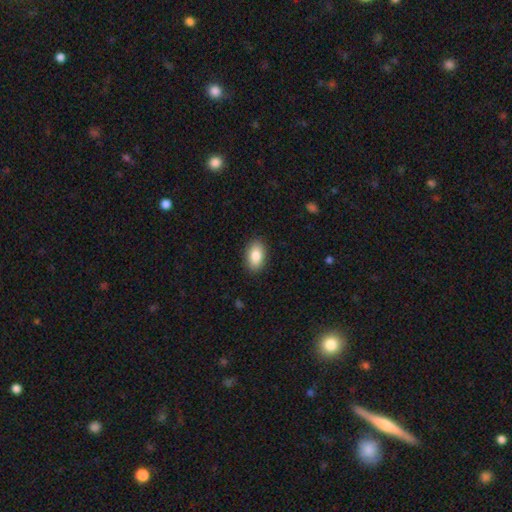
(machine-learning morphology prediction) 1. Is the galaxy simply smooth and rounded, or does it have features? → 86% smooth, 7% featured or disk, 7% star or artifact.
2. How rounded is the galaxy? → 92% in between, 7% round, 2% cigar-shaped.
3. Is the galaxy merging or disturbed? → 89% none, 8% minor disturbance, 2% major disturbance, 1% merger.